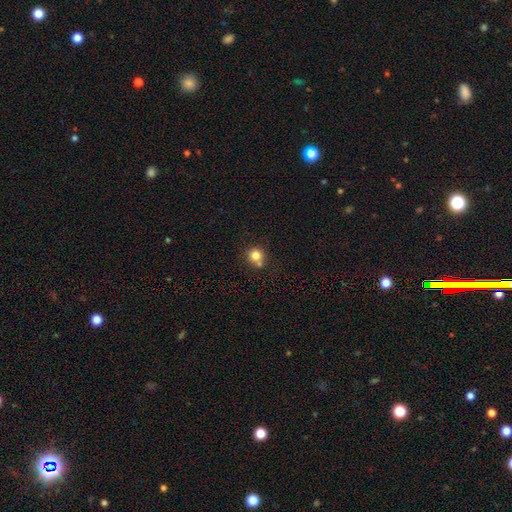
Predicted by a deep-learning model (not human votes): Q: Smooth or featured?
A: smooth (81%); runner-up: star or artifact (12%)
Q: How rounded?
A: round (90%); runner-up: in between (9%)
Q: Merging?
A: none (62%); runner-up: merger (23%)